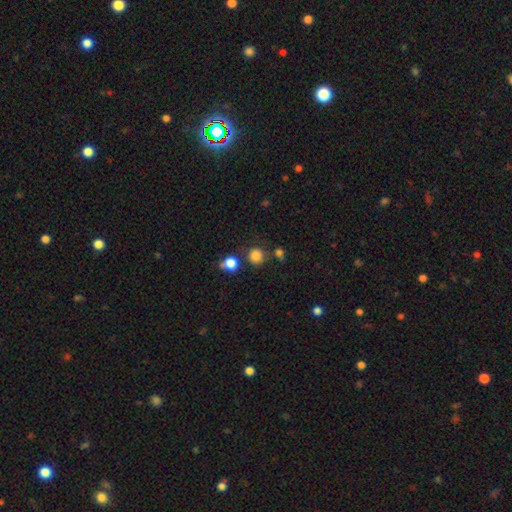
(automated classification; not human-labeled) smooth 81%, star or artifact 14%, featured or disk 5%. Down the decision tree: how rounded — round (91%); merging — none (75%).